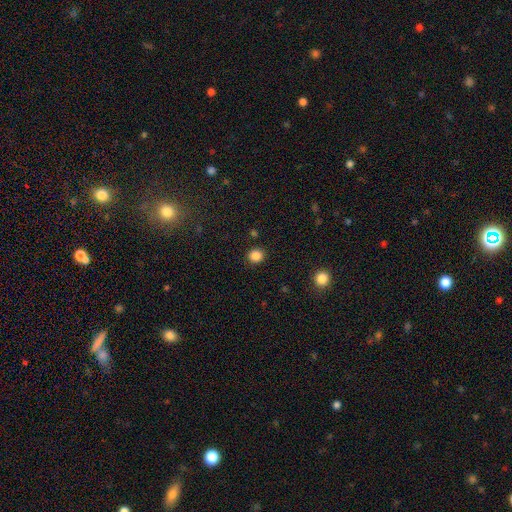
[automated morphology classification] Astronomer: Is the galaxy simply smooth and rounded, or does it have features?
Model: smooth — 86%.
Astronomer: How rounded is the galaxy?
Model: round — 86%.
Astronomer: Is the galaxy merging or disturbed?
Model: none — 90%.